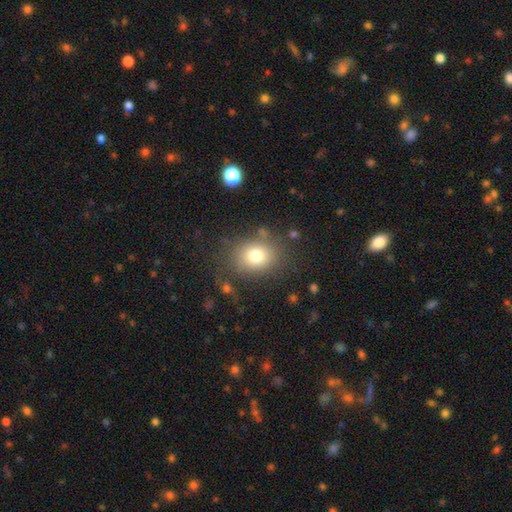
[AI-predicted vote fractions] A smooth galaxy with no disk features (77%) that is round (56%).

Vote fractions:
- Smooth or featured? smooth: 77% / star or artifact: 12% / featured or disk: 11%
- How rounded? round: 56% / in between: 43% / cigar-shaped: 1%
- Merging? none: 76% / minor disturbance: 14% / major disturbance: 7% / merger: 4%